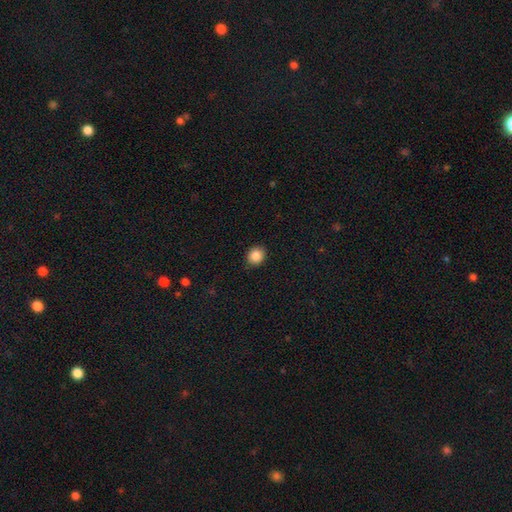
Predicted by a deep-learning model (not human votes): Smooth or featured? Predicted: smooth (p=0.87). How rounded? Predicted: round (p=0.79). Merging? Predicted: none (p=0.90).